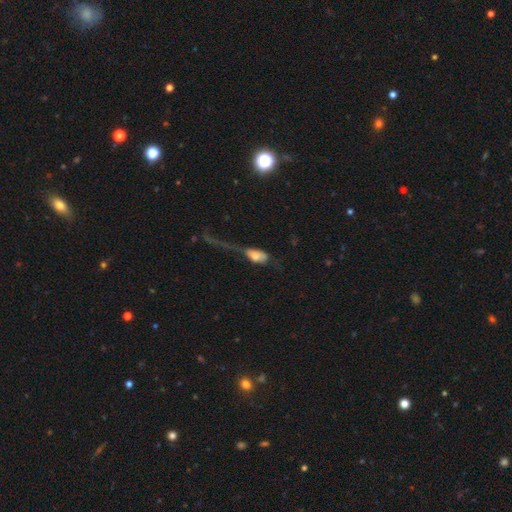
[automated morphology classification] Smooth or featured?
  - smooth: 66% *
  - featured or disk: 26%
  - star or artifact: 9%
How rounded?
  - in between: 86% *
  - cigar-shaped: 8%
  - round: 6%
Merging?
  - major disturbance: 58% *
  - none: 15%
  - minor disturbance: 14%
  - merger: 12%